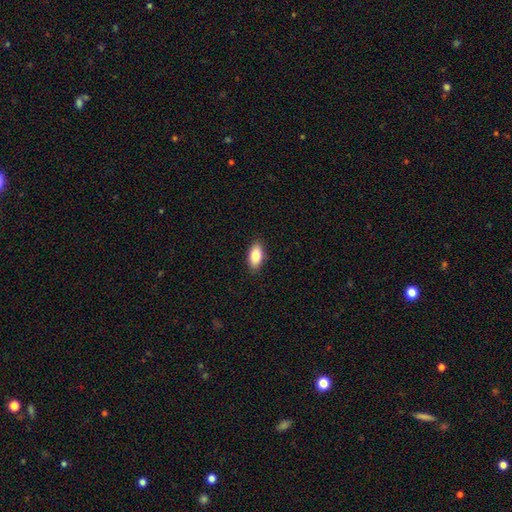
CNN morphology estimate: A smooth galaxy with no disk features (84%) that is in between round and cigar-shaped (91%). Merging: none (89%).